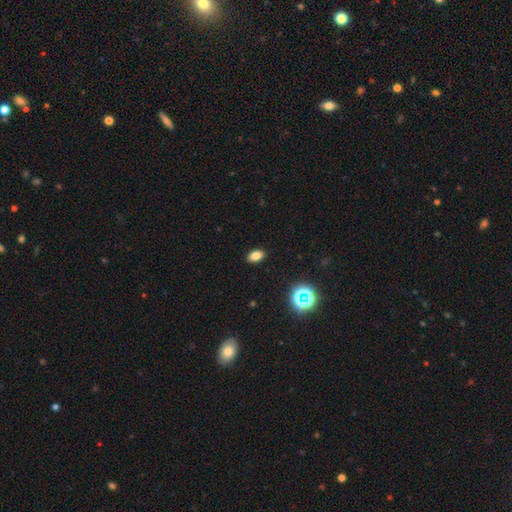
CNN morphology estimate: Smooth or featured? smooth (78%)
How rounded? in between (88%)
Merging? none (89%)